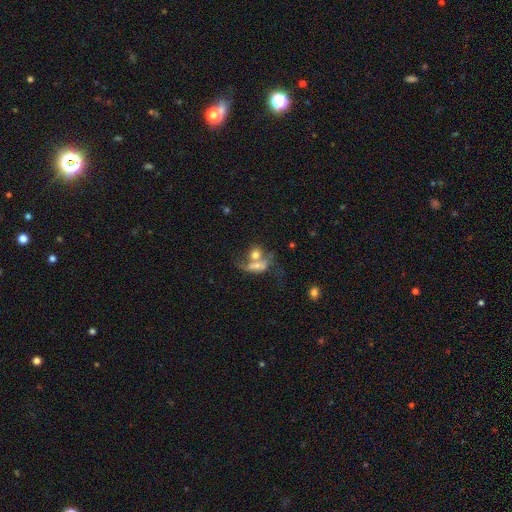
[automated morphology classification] smooth-or-featured: smooth: 56% | featured or disk: 33% | star or artifact: 11%
  how-rounded: in between: 59% | round: 36% | cigar-shaped: 5%
  merging: merger: 64% | none: 16% | major disturbance: 12% | minor disturbance: 8%